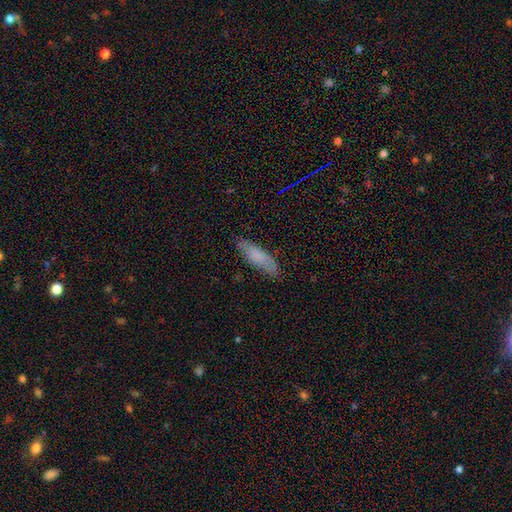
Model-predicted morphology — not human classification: Smooth or featured?
  - smooth: 66% *
  - featured or disk: 24%
  - star or artifact: 10%
How rounded?
  - cigar-shaped: 59% *
  - in between: 39%
  - round: 2%
Merging?
  - none: 78% *
  - minor disturbance: 17%
  - major disturbance: 4%
  - merger: 1%